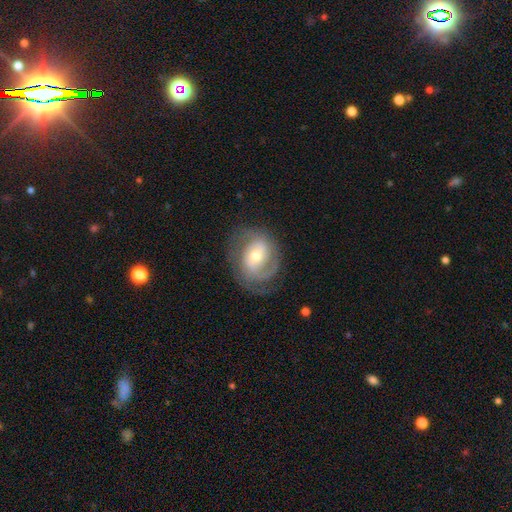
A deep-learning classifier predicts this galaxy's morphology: Overall: featured or disk (78%). Edge-on disk: no (97%). Bar: no (44%; weak 40%). Spiral arms: yes (91%). Spiral arm count: 2 (57%; can't tell 17%). Spiral winding: tight (43%; medium 41%). Bulge size: moderate (63%; small 28%). Merging: none (69%).